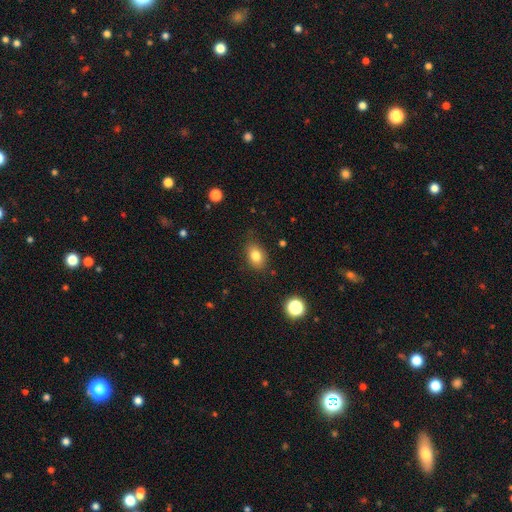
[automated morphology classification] Smooth or featured: smooth — 81% (star or artifact — 11%)
How rounded: in between — 74% (round — 25%)
Merging: none — 79% (minor disturbance — 16%)